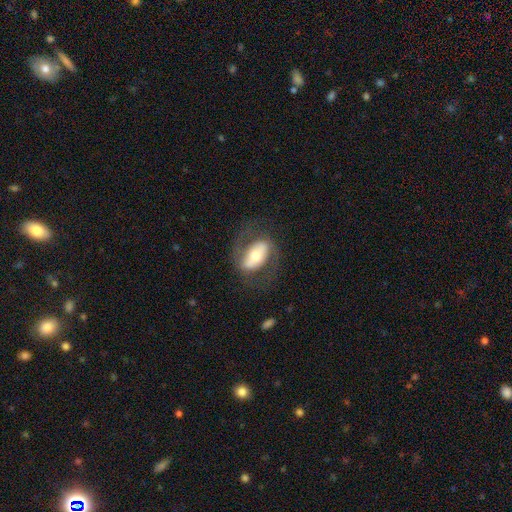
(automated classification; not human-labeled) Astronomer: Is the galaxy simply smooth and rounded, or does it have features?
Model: featured or disk — 61%.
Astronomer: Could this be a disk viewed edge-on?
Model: no — 90%.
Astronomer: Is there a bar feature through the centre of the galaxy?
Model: strong — 47% (runner-up: no, 29%).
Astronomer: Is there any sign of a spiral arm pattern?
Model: yes — 66%.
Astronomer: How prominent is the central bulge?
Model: moderate — 59%.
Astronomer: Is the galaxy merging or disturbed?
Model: none — 68%.